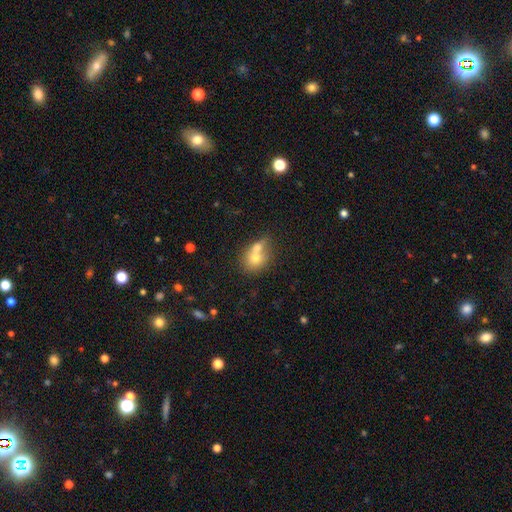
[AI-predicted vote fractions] Overall: smooth (68%). How rounded: round (60%; in between 39%). Merging: merger (63%; none 26%).